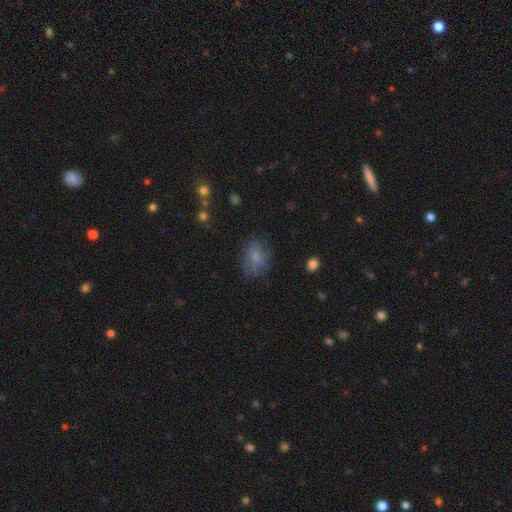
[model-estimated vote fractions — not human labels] This is likely a smooth galaxy (63%). How rounded: likely in between (71%). Merging: likely none (70%).